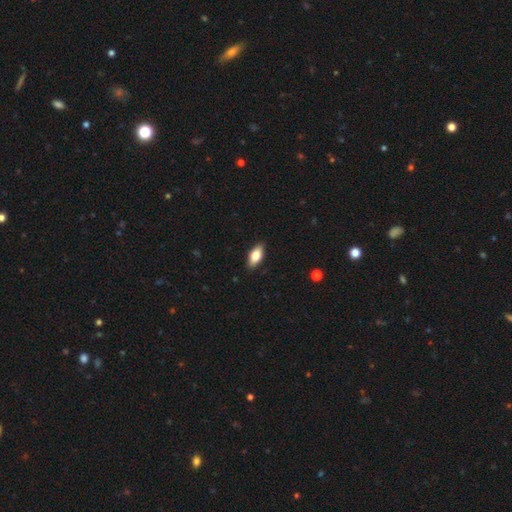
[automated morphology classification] The model was most divided on "smooth or featured": smooth: 75%, featured or disk: 19%, star or artifact: 6%. More confident: merging — none (88%); how rounded — in between (85%).